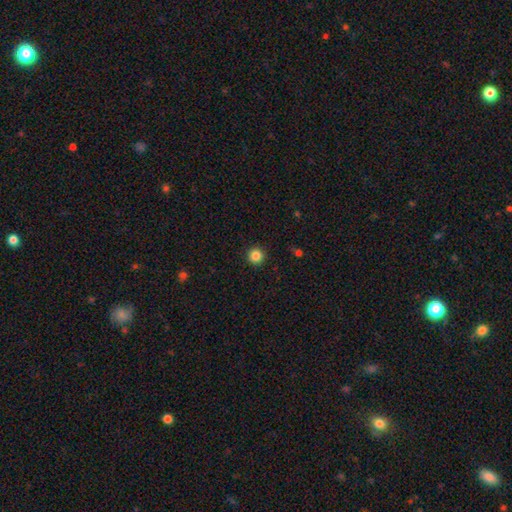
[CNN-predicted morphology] This is clearly a smooth galaxy (85%). How rounded: clearly round (96%). Merging: clearly none (93%).